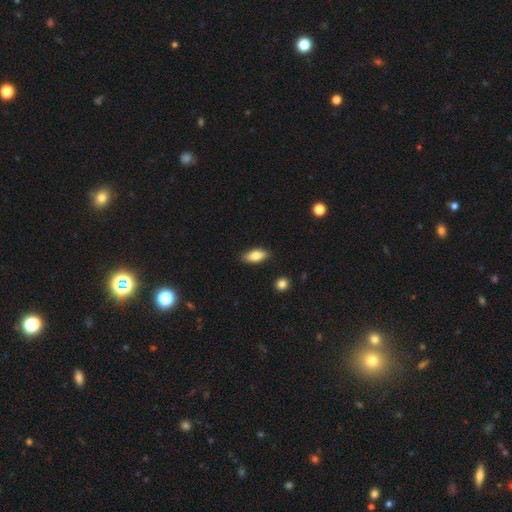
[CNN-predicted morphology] The model was most divided on "smooth or featured": smooth: 80%, featured or disk: 13%, star or artifact: 7%. More confident: merging — none (87%); how rounded — in between (86%).